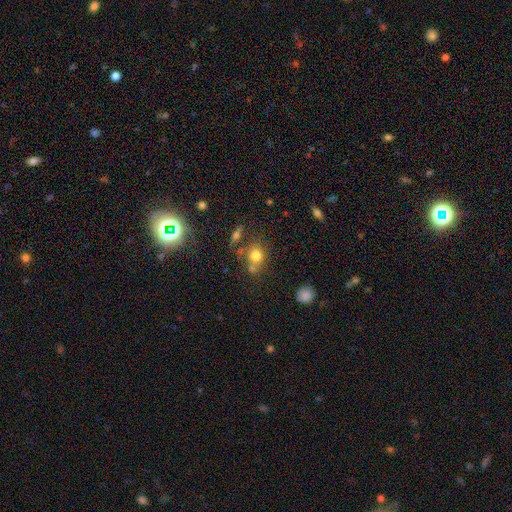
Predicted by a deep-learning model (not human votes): Q: Smooth or featured?
A: smooth (75%); runner-up: star or artifact (14%)
Q: How rounded?
A: round (69%); runner-up: in between (29%)
Q: Merging?
A: none (55%); runner-up: merger (24%)